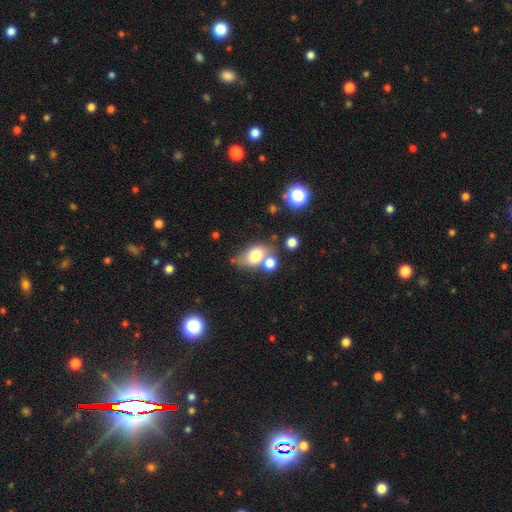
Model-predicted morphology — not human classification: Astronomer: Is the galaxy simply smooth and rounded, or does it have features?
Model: smooth — 72%.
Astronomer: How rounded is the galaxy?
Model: in between — 74%.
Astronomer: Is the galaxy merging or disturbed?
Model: none — 46% (runner-up: merger, 31%).